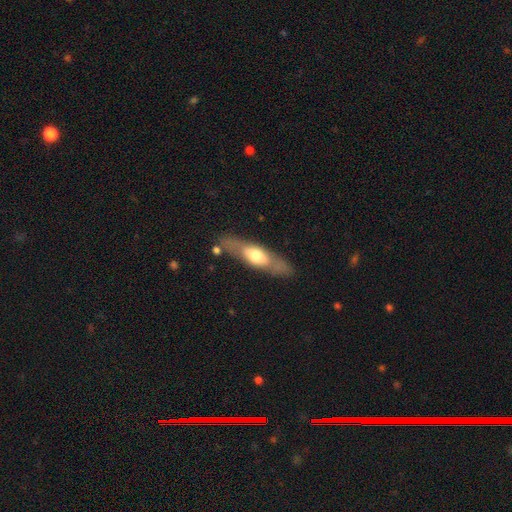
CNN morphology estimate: This is possibly a smooth galaxy (48%). Merging: likely none (75%).